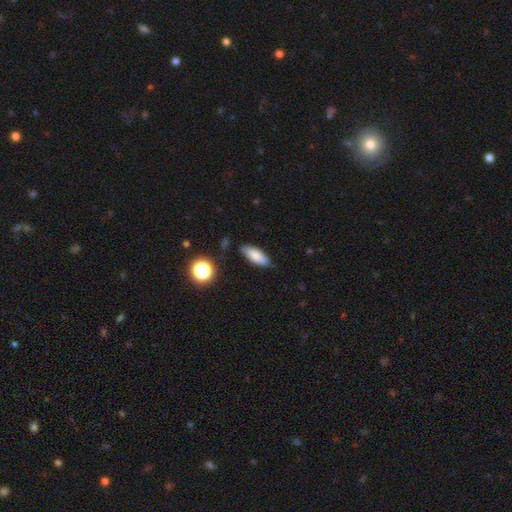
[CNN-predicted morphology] smooth_or_featured: smooth (p=0.81) [alt: featured or disk p=0.11]
how_rounded: in between (p=0.71) [alt: cigar-shaped p=0.26]
merging: none (p=0.82) [alt: minor disturbance p=0.13]